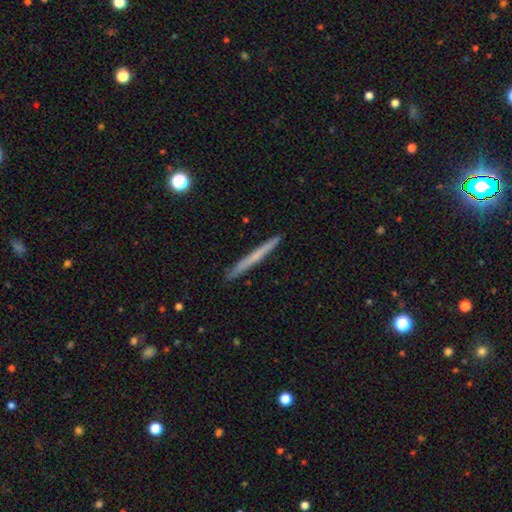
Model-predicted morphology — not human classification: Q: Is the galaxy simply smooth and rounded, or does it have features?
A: smooth — 52%.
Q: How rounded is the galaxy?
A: cigar-shaped — 97%.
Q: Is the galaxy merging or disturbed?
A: none — 92%.